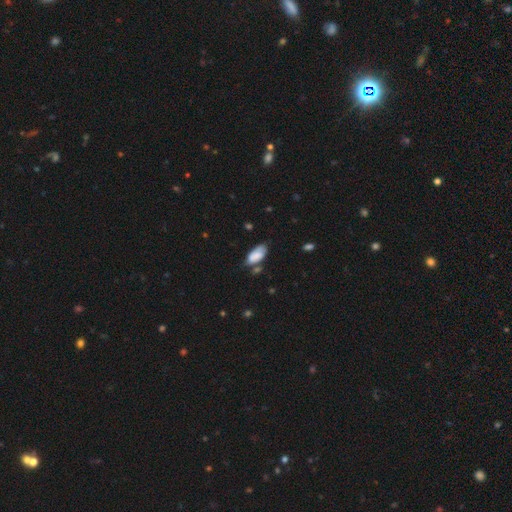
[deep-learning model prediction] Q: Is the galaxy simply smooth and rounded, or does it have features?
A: smooth — 78%.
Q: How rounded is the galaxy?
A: in between — 92%.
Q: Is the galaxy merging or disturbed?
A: none — 49%.